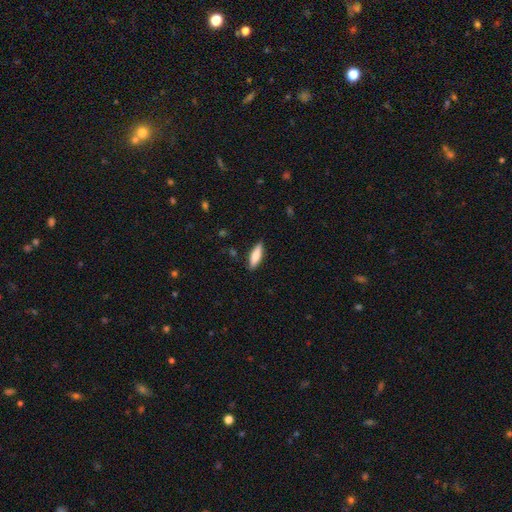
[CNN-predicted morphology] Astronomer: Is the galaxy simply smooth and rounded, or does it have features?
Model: smooth — 70%.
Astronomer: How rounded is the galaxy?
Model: cigar-shaped — 54% (runner-up: in between, 44%).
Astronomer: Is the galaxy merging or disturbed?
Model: none — 88%.